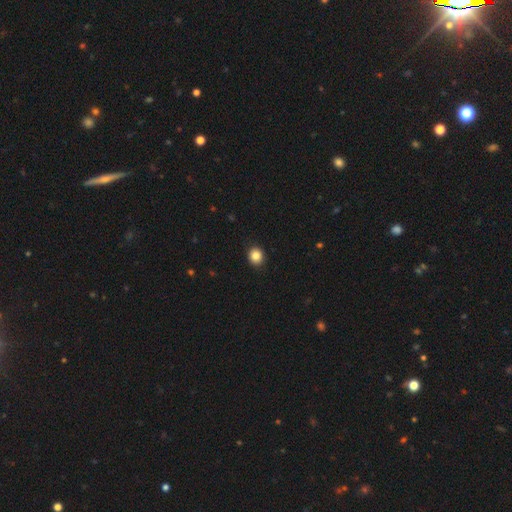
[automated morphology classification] Smooth or featured?
  - smooth: 85% *
  - star or artifact: 10%
  - featured or disk: 5%
How rounded?
  - round: 73% *
  - in between: 26%
  - cigar-shaped: 1%
Merging?
  - none: 91% *
  - minor disturbance: 6%
  - major disturbance: 2%
  - merger: 1%